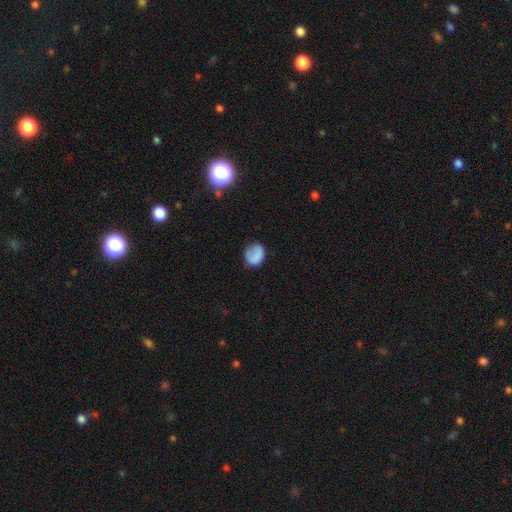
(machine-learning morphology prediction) Smooth or featured? Predicted: smooth (p=0.77). How rounded? Predicted: round (p=0.54). Merging? Predicted: none (p=0.57).